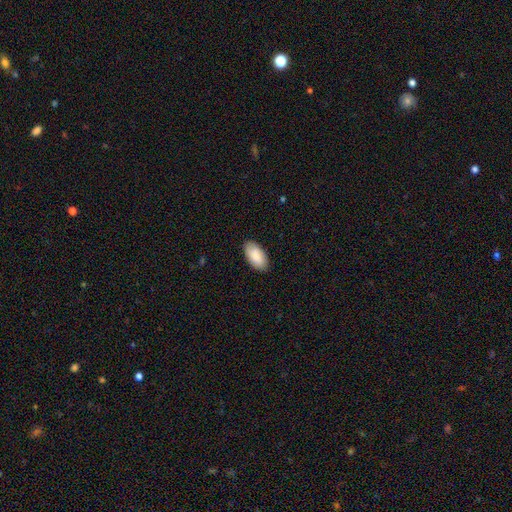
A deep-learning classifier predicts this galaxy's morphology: Smooth or featured? Predicted: smooth (p=0.89). How rounded? Predicted: in between (p=0.95). Merging? Predicted: none (p=0.87).